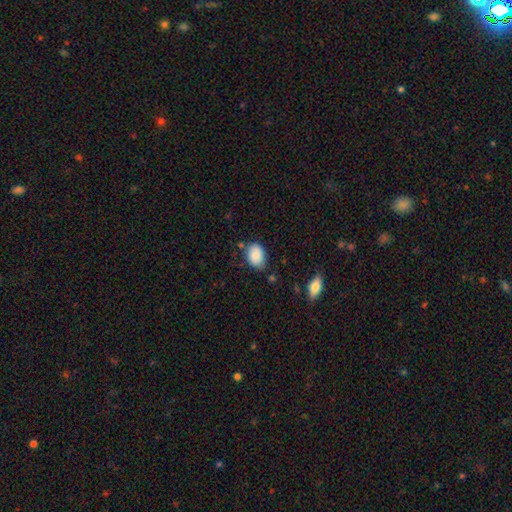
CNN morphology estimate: Smooth or featured?
  - smooth: 84% *
  - featured or disk: 9%
  - star or artifact: 7%
How rounded?
  - in between: 75% *
  - round: 24%
  - cigar-shaped: 1%
Merging?
  - none: 71% *
  - minor disturbance: 21%
  - merger: 4%
  - major disturbance: 4%